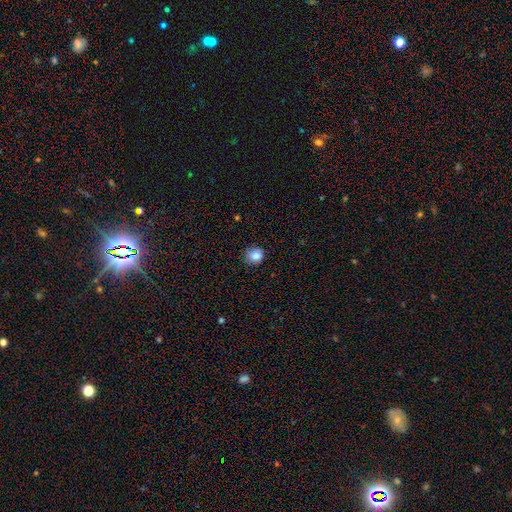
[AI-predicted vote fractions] Smooth or featured: smooth — 86% (star or artifact — 10%)
How rounded: round — 86% (in between — 13%)
Merging: none — 79% (minor disturbance — 16%)